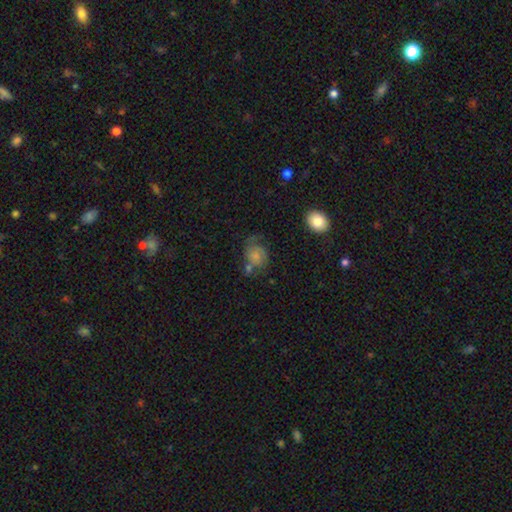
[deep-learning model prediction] Overall: smooth (65%). How rounded: round (55%; in between 44%). Merging: none (41%; minor disturbance 26%).